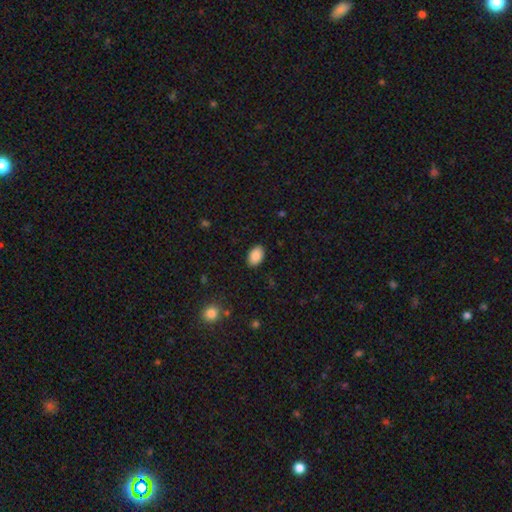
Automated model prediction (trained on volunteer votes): Smooth or featured: smooth — 89% (star or artifact — 7%)
How rounded: in between — 91% (round — 8%)
Merging: none — 89% (minor disturbance — 8%)